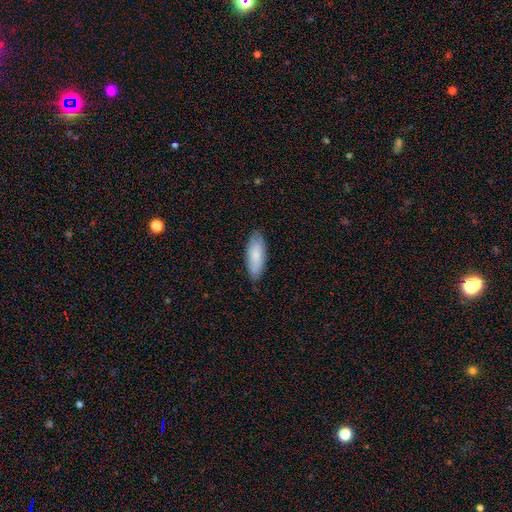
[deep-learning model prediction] Smooth or featured: smooth — 84% (featured or disk — 10%)
How rounded: in between — 72% (cigar-shaped — 26%)
Merging: none — 84% (minor disturbance — 13%)